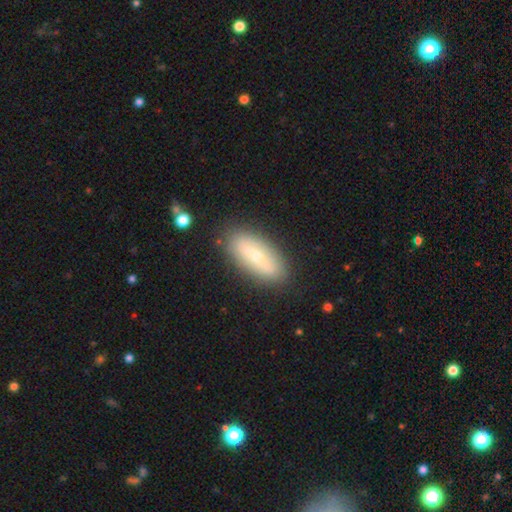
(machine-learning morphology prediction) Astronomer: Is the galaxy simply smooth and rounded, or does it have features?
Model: smooth — 50% (runner-up: featured or disk, 43%).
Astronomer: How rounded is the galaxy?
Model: in between — 69%.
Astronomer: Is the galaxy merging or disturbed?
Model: none — 85%.